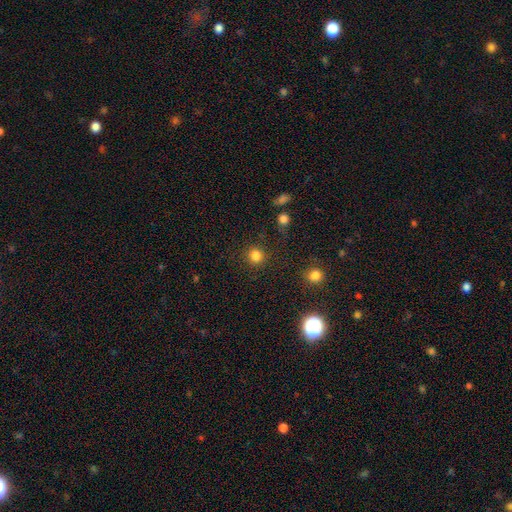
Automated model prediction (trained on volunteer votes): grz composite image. It shows a smooth galaxy with no disk features (83%) that is round (92%). Merging: none (86%).